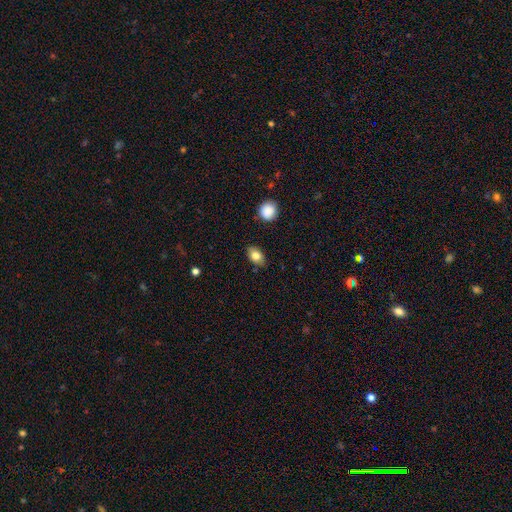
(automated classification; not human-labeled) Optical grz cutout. It shows a smooth galaxy with no disk features (81%) that is in between round and cigar-shaped (82%). Merging: none (83%).